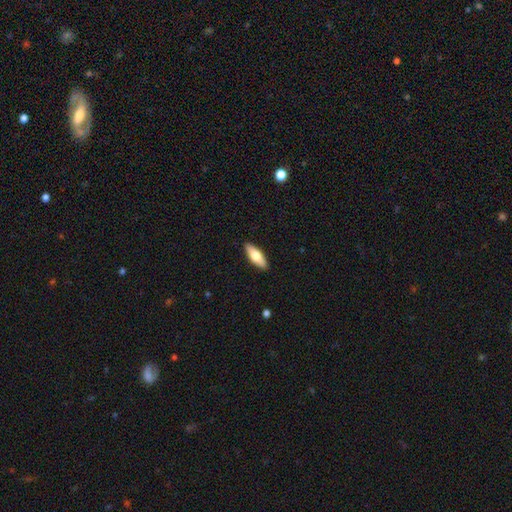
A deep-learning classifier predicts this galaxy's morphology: The model was most divided on "how rounded": in between: 65%, cigar-shaped: 33%, round: 2%. More confident: merging — none (90%); smooth or featured — smooth (66%).